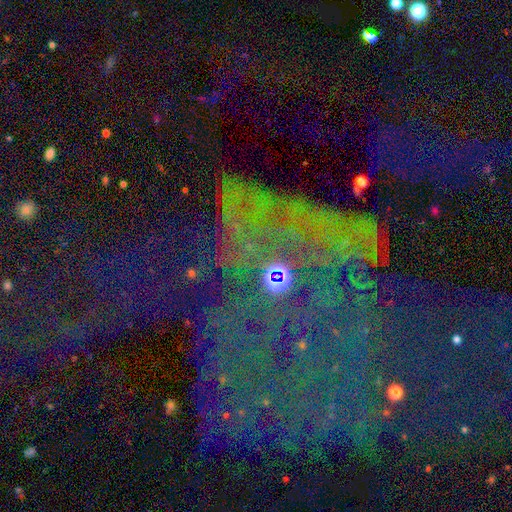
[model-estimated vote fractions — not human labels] smooth_or_featured: star or artifact (p=0.67) [alt: featured or disk p=0.19]